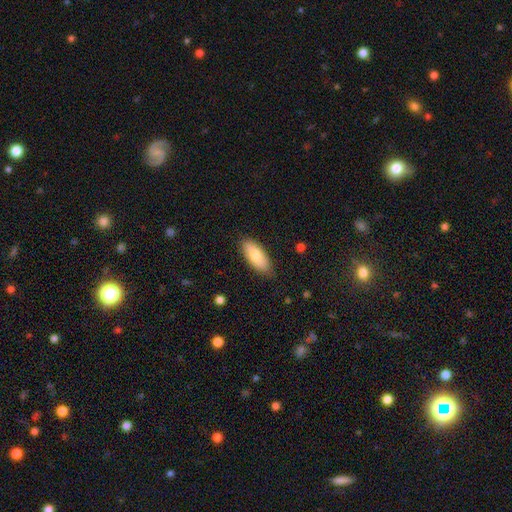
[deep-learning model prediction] This is likely a smooth galaxy (80%). How rounded: clearly in between (84%). Merging: clearly none (83%).